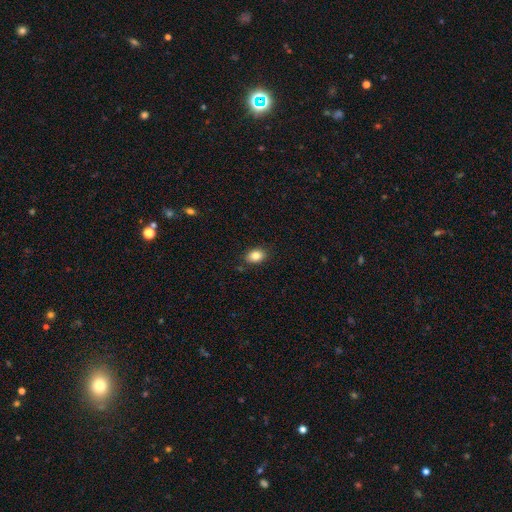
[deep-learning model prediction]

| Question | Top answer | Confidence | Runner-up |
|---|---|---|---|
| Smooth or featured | smooth | 84% | star or artifact (9%) |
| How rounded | in between | 78% | round (21%) |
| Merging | none | 85% | minor disturbance (11%) |